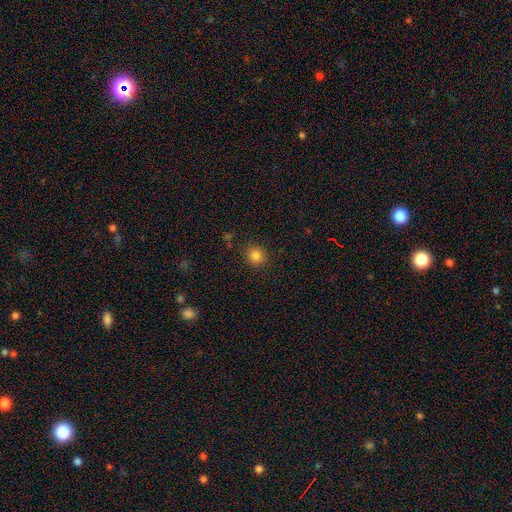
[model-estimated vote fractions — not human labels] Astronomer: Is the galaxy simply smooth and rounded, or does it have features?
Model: smooth — 83%.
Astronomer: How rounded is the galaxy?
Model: round — 90%.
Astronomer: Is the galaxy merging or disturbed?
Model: none — 89%.